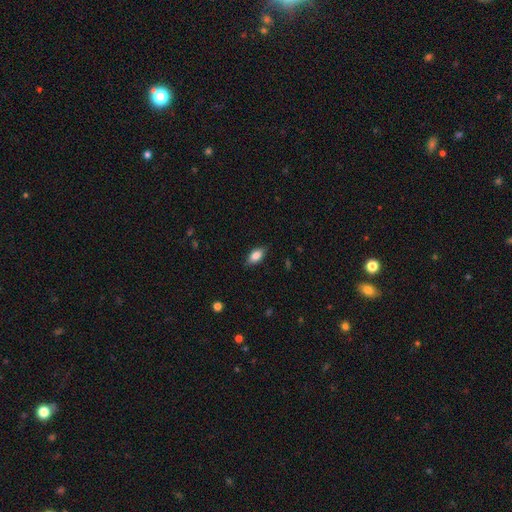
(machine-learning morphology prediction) This is clearly a smooth galaxy (82%). How rounded: clearly in between (88%). Merging: clearly none (84%).